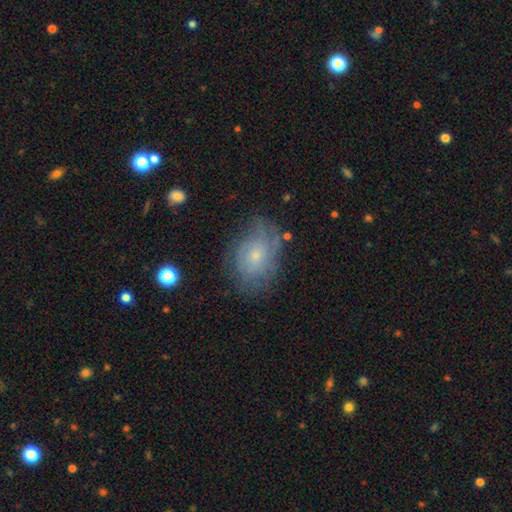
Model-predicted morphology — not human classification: Smooth or featured?
  - featured or disk: 53% *
  - smooth: 38%
  - star or artifact: 9%
Edge-on disk?
  - no: 96% *
  - yes: 4%
Bar?
  - no: 81% *
  - weak: 17%
  - strong: 2%
Spiral arms?
  - yes: 74% *
  - no: 26%
Bulge size?
  - small: 71% *
  - moderate: 23%
  - none: 3%
  - large: 2%
  - dominant: 1%
Merging?
  - none: 63% *
  - minor disturbance: 24%
  - major disturbance: 11%
  - merger: 2%